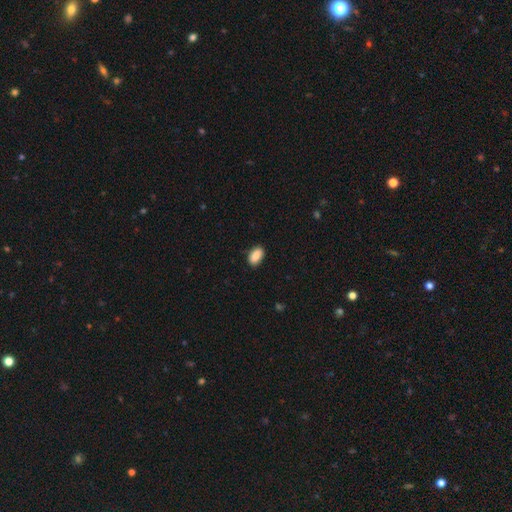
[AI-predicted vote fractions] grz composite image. It shows a smooth galaxy with no disk features (89%) that is in between round and cigar-shaped (92%). Merging: none (86%).